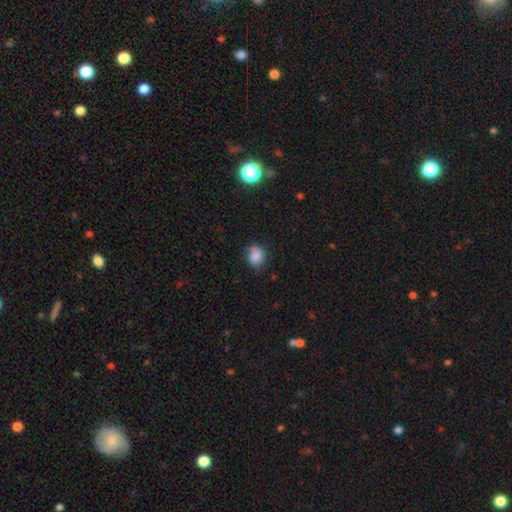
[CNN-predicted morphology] This appears to be a smooth galaxy with no disk features (82%) that is round (66%). Merging: none (67%).